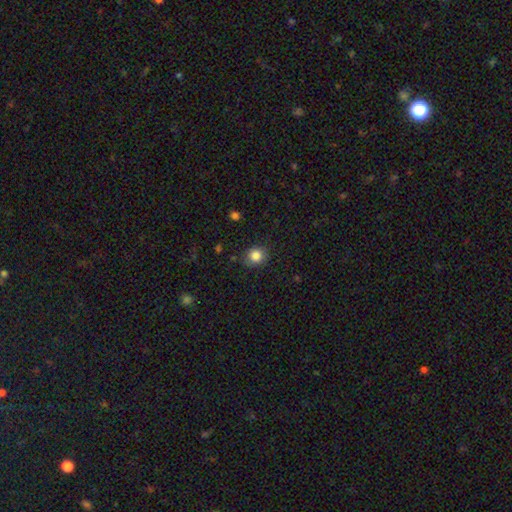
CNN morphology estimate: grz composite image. It shows a smooth galaxy with no disk features (85%) that is round (78%). Merging: none (82%).